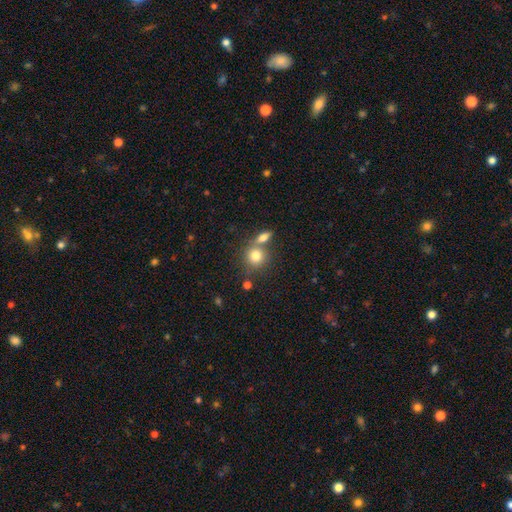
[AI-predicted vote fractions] Q: Smooth or featured?
A: smooth (79%); runner-up: featured or disk (11%)
Q: How rounded?
A: round (84%); runner-up: in between (15%)
Q: Merging?
A: none (54%); runner-up: merger (33%)